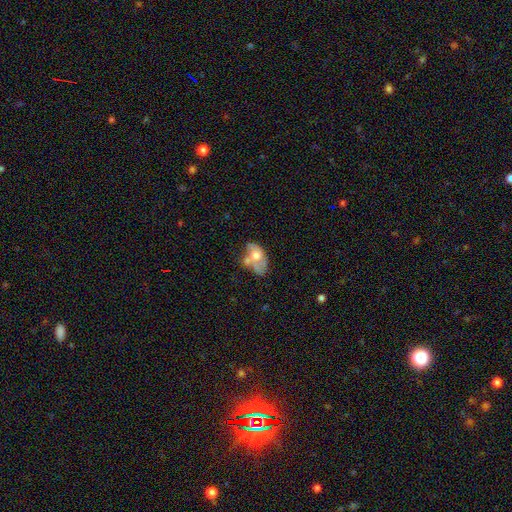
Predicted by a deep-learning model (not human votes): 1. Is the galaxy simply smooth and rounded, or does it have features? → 50% smooth, 43% featured or disk, 8% star or artifact.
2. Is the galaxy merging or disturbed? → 42% merger, 21% none, 19% minor disturbance, 18% major disturbance.